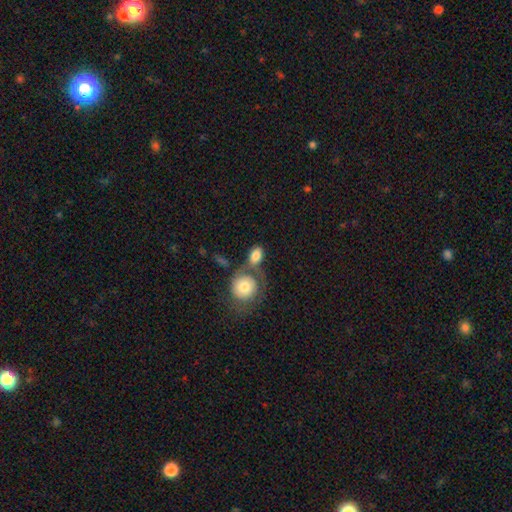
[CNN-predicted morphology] A smooth galaxy with no disk features (77%) that is in between round and cigar-shaped (71%). Merging: merger (44%).